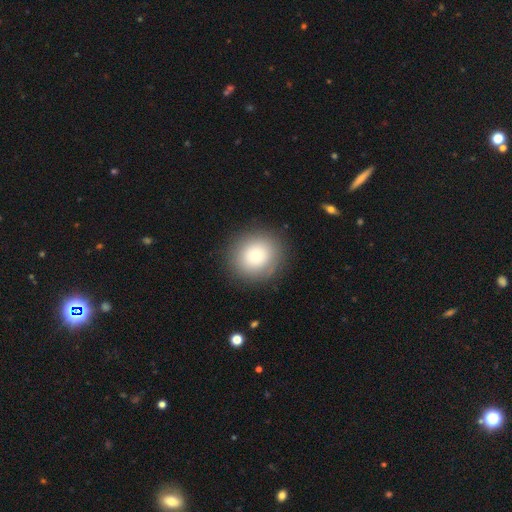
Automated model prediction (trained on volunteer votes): Q: Smooth or featured?
A: smooth (83%); runner-up: star or artifact (9%)
Q: How rounded?
A: round (89%); runner-up: in between (10%)
Q: Merging?
A: none (88%); runner-up: minor disturbance (7%)